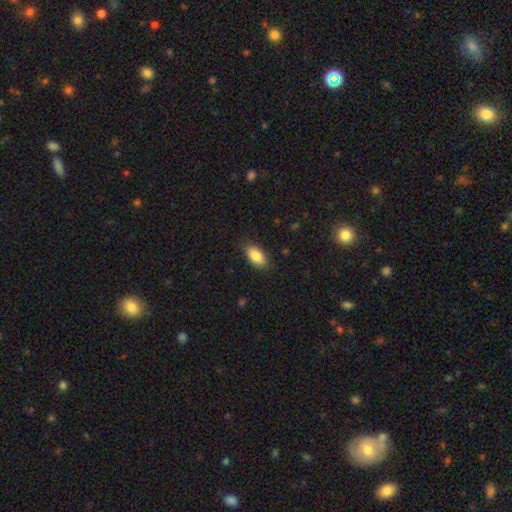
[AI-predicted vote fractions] Q: Smooth or featured?
A: smooth (86%); runner-up: star or artifact (7%)
Q: How rounded?
A: in between (92%); runner-up: cigar-shaped (5%)
Q: Merging?
A: none (84%); runner-up: minor disturbance (12%)